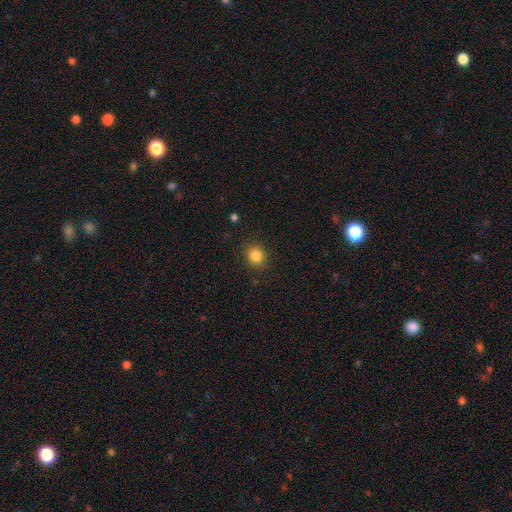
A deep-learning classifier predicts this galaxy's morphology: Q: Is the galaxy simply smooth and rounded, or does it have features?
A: smooth — 85%.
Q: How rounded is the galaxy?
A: round — 75%.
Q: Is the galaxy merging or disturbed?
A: none — 89%.